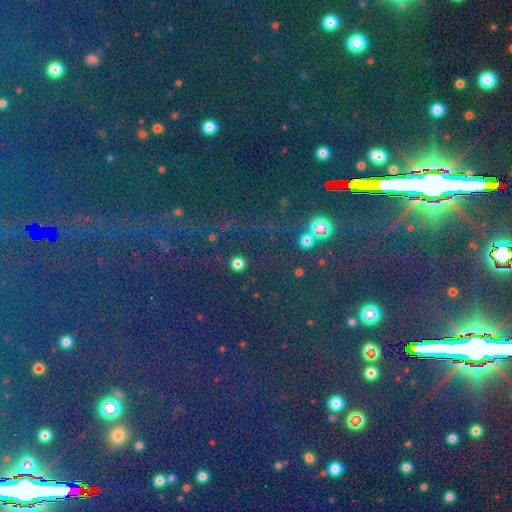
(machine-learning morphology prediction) A star or artifact, not a galaxy (82%).